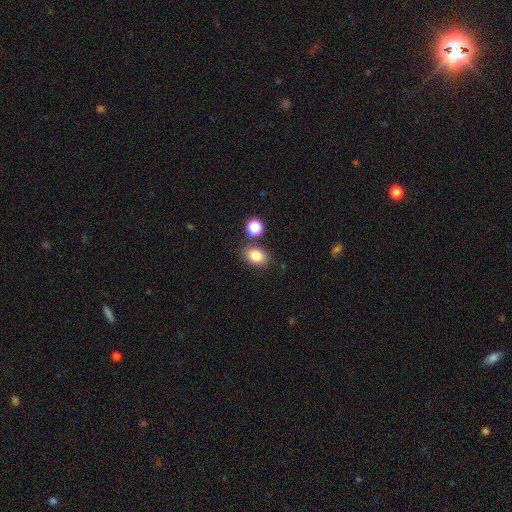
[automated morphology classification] Smooth or featured? smooth (83%)
How rounded? in between (72%)
Merging? none (77%)